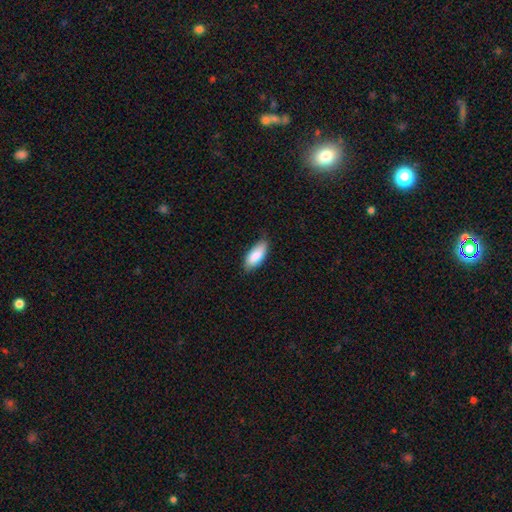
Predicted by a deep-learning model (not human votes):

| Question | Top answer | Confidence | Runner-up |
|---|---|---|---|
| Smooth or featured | smooth | 85% | featured or disk (9%) |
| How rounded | in between | 84% | cigar-shaped (14%) |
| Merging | none | 77% | minor disturbance (19%) |